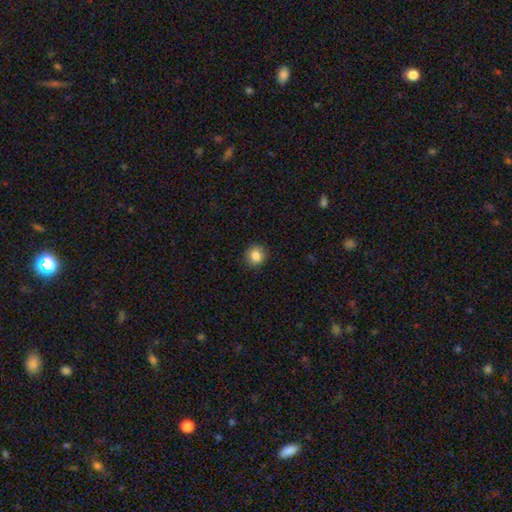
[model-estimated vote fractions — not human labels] smooth_or_featured: smooth (p=0.85) [alt: star or artifact p=0.10]
how_rounded: round (p=0.85) [alt: in between p=0.14]
merging: none (p=0.87) [alt: minor disturbance p=0.09]